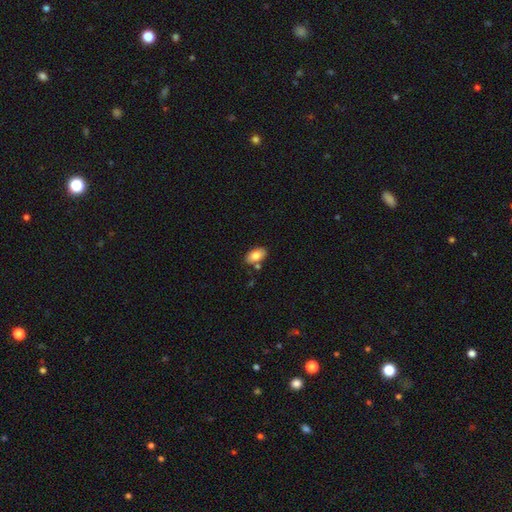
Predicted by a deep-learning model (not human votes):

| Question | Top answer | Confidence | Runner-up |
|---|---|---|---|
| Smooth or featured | smooth | 83% | featured or disk (10%) |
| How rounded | in between | 93% | round (5%) |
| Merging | none | 75% | minor disturbance (13%) |